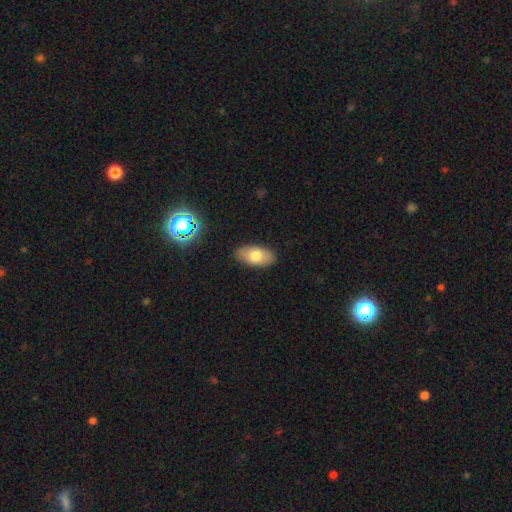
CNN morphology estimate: Smooth or featured?
  - smooth: 73% *
  - featured or disk: 19%
  - star or artifact: 8%
How rounded?
  - in between: 93% *
  - round: 4%
  - cigar-shaped: 3%
Merging?
  - none: 87% *
  - minor disturbance: 10%
  - major disturbance: 2%
  - merger: 1%